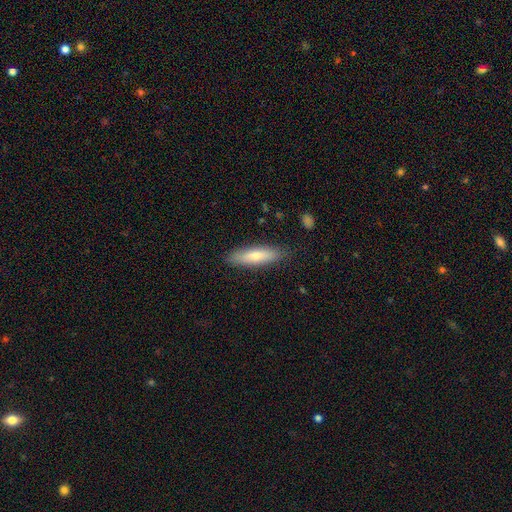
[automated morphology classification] The model was most divided on "how rounded": cigar-shaped: 67%, in between: 31%, round: 2%. More confident: merging — none (86%); smooth or featured — smooth (70%).